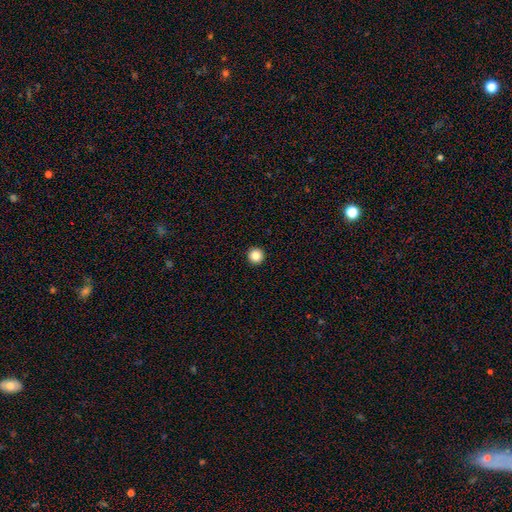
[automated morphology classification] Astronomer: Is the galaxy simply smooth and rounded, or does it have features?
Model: smooth — 85%.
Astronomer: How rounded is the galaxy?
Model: round — 97%.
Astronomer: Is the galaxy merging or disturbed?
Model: none — 94%.